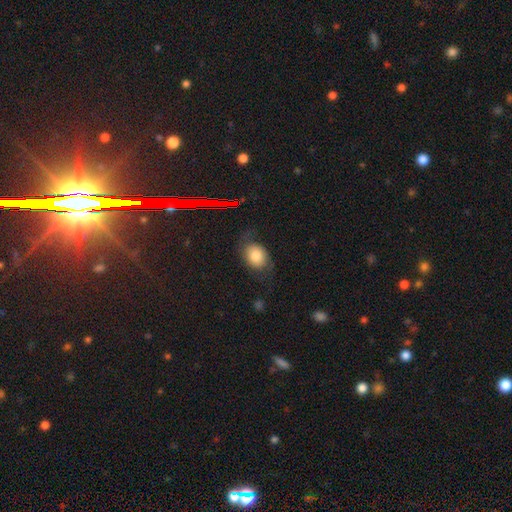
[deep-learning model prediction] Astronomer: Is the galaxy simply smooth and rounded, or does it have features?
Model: smooth — 61%.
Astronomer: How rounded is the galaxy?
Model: in between — 63%.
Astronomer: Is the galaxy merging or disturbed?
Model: none — 62%.